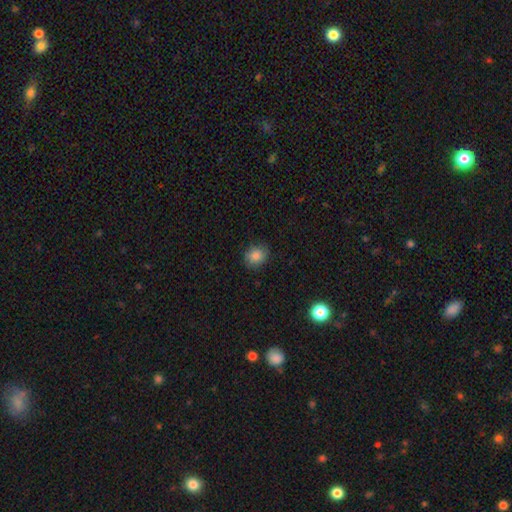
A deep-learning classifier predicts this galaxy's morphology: smooth_or_featured: smooth (p=0.85) [alt: star or artifact p=0.09]
how_rounded: round (p=0.65) [alt: in between p=0.34]
merging: none (p=0.83) [alt: minor disturbance p=0.13]